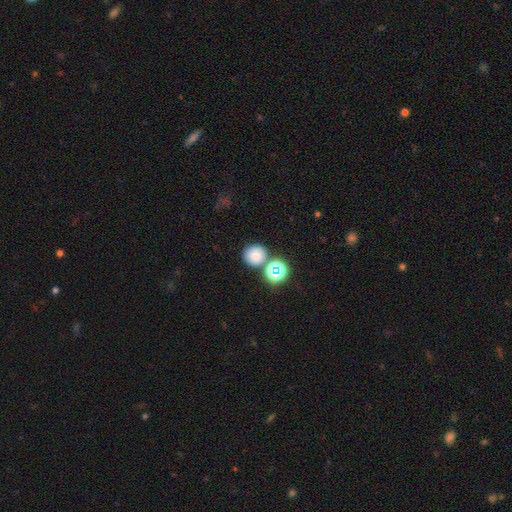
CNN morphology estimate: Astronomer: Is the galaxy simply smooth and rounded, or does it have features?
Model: smooth — 75%.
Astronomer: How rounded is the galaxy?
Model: round — 88%.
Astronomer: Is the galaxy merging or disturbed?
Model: none — 70%.